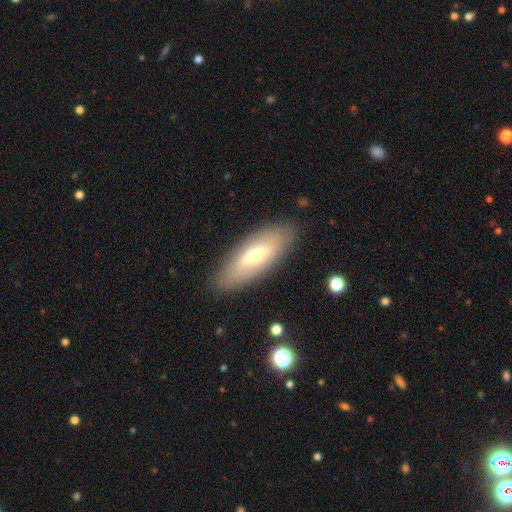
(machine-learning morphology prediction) Smooth or featured: smooth — 50% (featured or disk — 43%)
How rounded: in between — 69% (cigar-shaped — 28%)
Merging: none — 85% (minor disturbance — 10%)